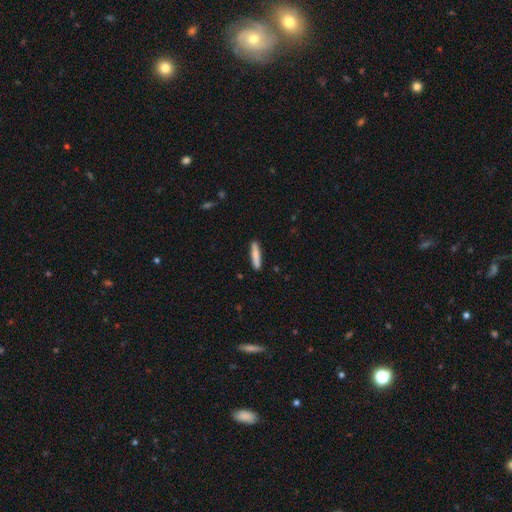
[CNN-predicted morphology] Q: Smooth or featured?
A: smooth (80%); runner-up: featured or disk (15%)
Q: How rounded?
A: cigar-shaped (89%); runner-up: in between (10%)
Q: Merging?
A: none (89%); runner-up: minor disturbance (8%)